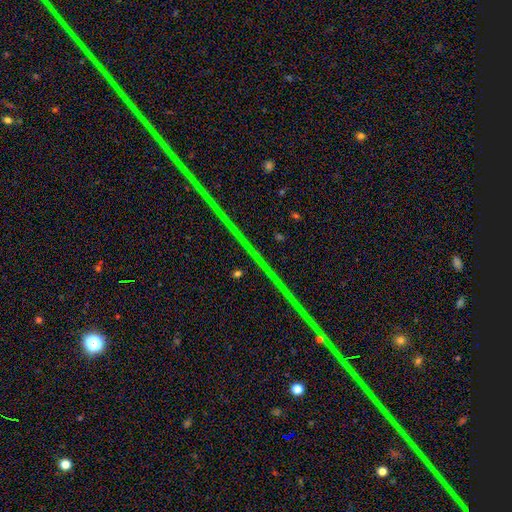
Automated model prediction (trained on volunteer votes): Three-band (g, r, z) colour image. It shows a star or artifact, not a galaxy (89%).